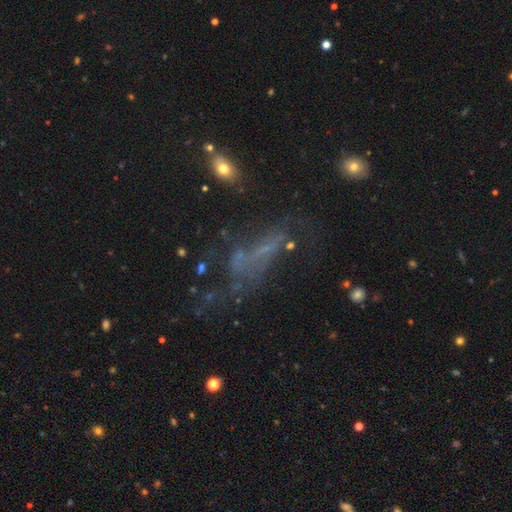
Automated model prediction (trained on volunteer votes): Smooth or featured?
  - featured or disk: 39% *
  - star or artifact: 32%
  - smooth: 29%
Merging?
  - none: 40% *
  - major disturbance: 34%
  - minor disturbance: 18%
  - merger: 8%